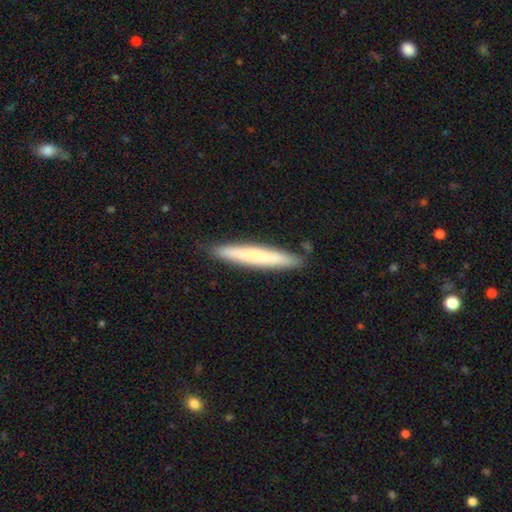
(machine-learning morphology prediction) Smooth or featured? Predicted: smooth (p=0.62). How rounded? Predicted: cigar-shaped (p=0.95). Merging? Predicted: none (p=0.87).